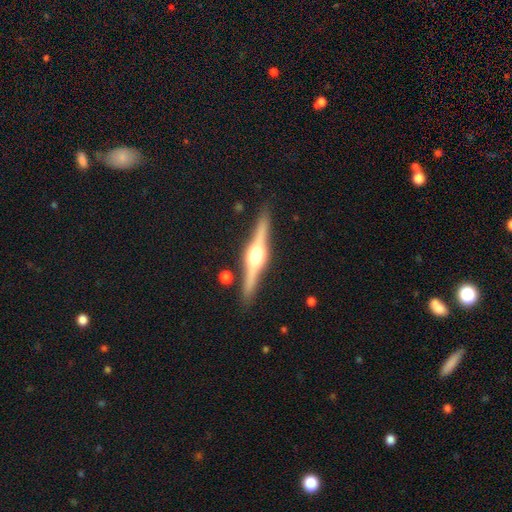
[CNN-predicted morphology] Overall: featured or disk (83%). Edge-on disk: yes (98%). Edge-on bulge: rounded (92%). Merging: none (88%).